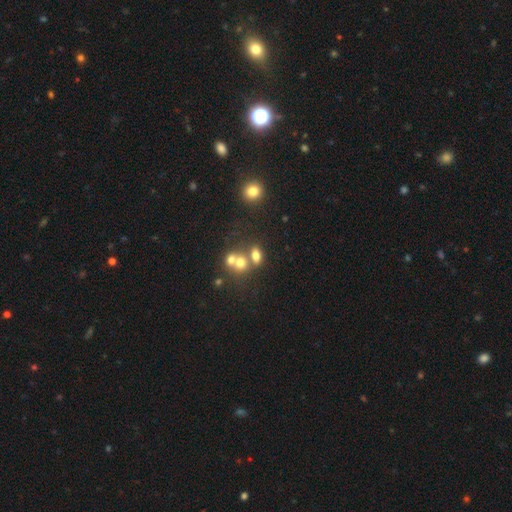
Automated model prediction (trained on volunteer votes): Q: Smooth or featured?
A: smooth (70%); runner-up: featured or disk (16%)
Q: How rounded?
A: in between (63%); runner-up: round (34%)
Q: Merging?
A: merger (44%); runner-up: none (41%)